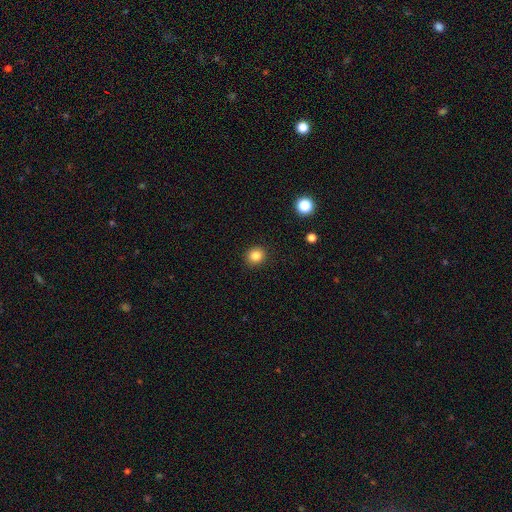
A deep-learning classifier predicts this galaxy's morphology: The model was most divided on "how rounded": round: 83%, in between: 16%, cigar-shaped: 1%. More confident: merging — none (91%); smooth or featured — smooth (84%).